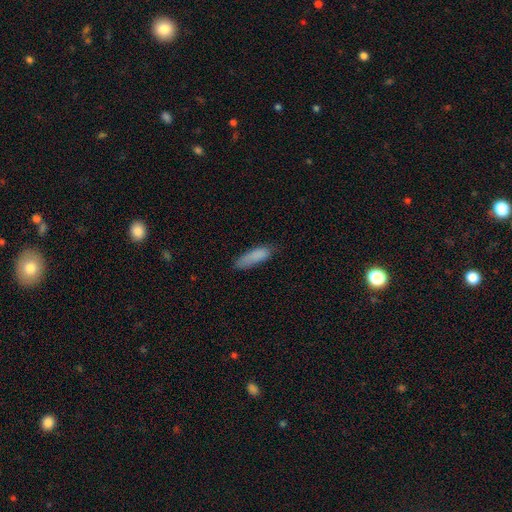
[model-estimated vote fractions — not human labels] A smooth galaxy with no disk features (85%) that is cigar-shaped (53%). Merging: none (68%).